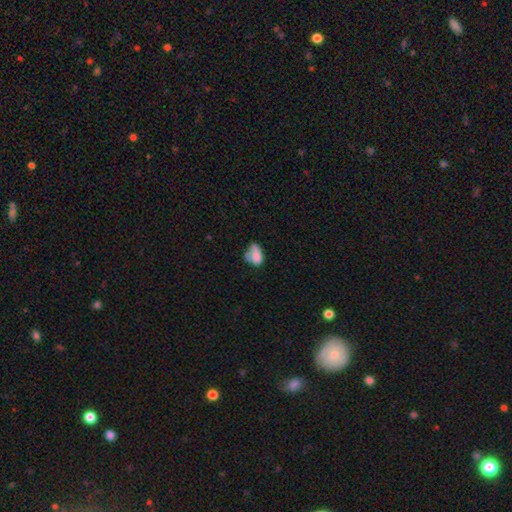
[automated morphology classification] smooth 71%, featured or disk 19%, star or artifact 10%. Down the decision tree: how rounded — in between (83%); merging — minor disturbance (32%).